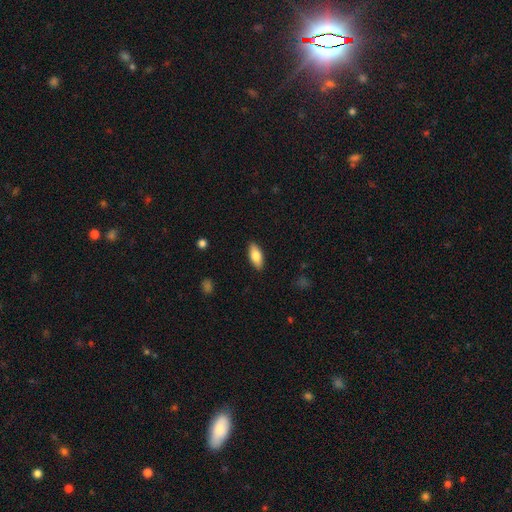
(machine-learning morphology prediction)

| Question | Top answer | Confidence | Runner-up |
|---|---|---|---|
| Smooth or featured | smooth | 78% | featured or disk (16%) |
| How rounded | in between | 83% | cigar-shaped (15%) |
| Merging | none | 89% | minor disturbance (9%) |